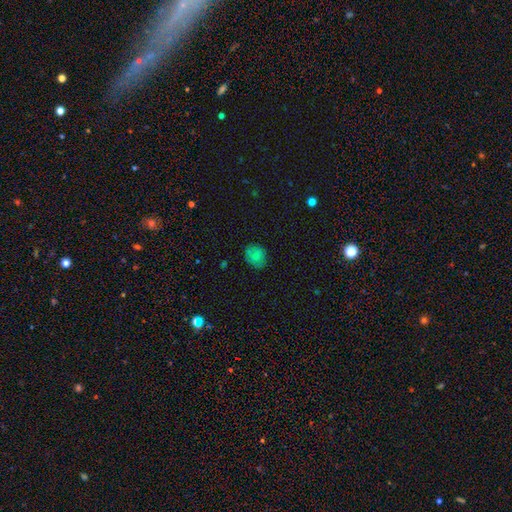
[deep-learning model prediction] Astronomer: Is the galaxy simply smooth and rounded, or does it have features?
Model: smooth — 79%.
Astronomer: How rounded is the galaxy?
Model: round — 69%.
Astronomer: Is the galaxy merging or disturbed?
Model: none — 79%.